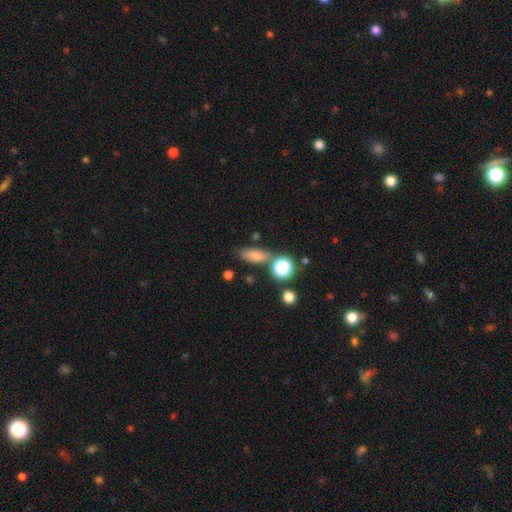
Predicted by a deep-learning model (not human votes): Morphology: type=smooth (75%); roundness=in between (69%); merging=none (69%).